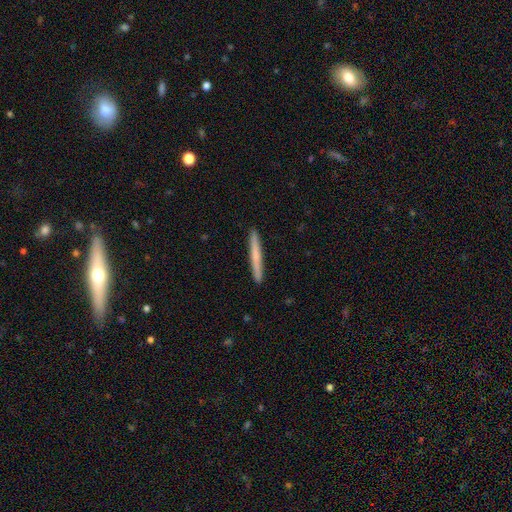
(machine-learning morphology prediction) smooth 59%, featured or disk 36%, star or artifact 6%. Down the decision tree: how rounded — cigar-shaped (97%); merging — none (93%).